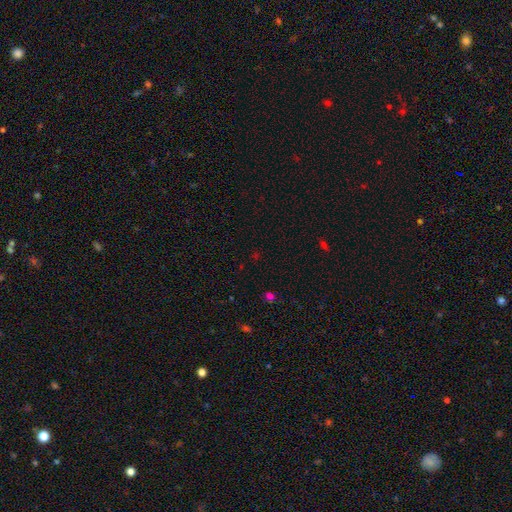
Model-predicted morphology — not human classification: Smooth or featured? Predicted: star or artifact (p=0.61).